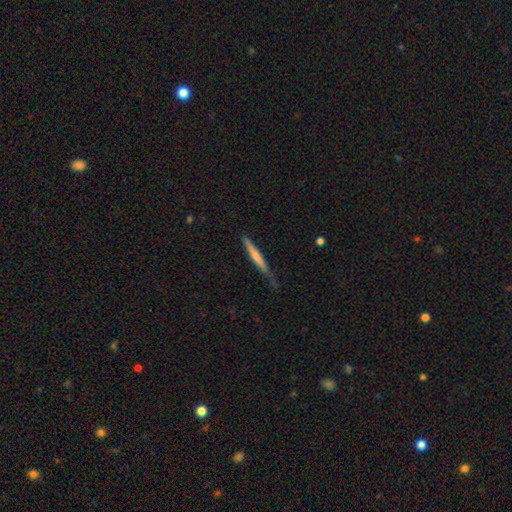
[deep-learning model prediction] A featured or disk galaxy (57%) viewed edge-on (97%) with a rounded central bulge (52%). Merging: none (76%).